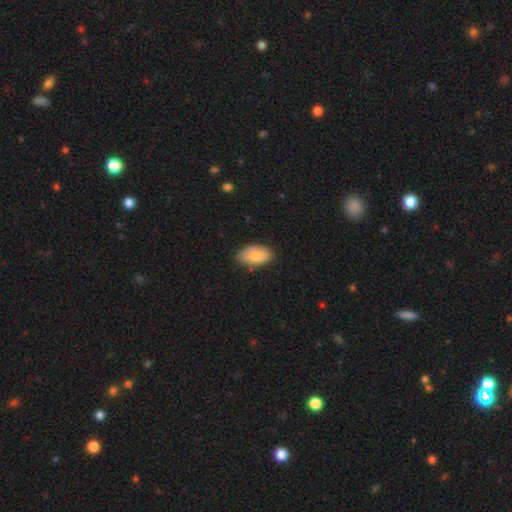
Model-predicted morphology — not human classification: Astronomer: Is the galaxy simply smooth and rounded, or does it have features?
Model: smooth — 77%.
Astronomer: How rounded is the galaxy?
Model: in between — 94%.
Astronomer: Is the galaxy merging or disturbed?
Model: none — 73%.